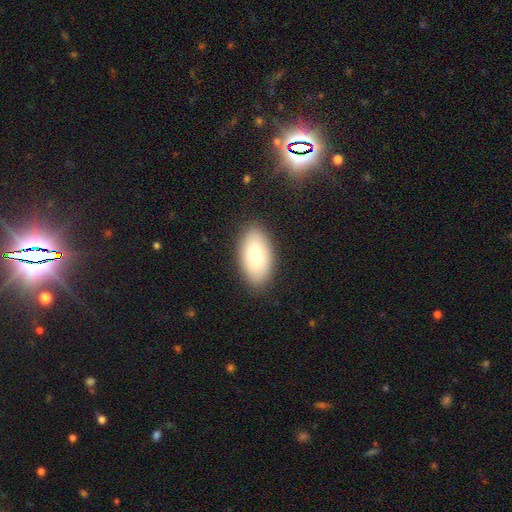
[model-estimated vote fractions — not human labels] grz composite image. It shows a smooth galaxy with no disk features (75%) that is in between round and cigar-shaped (94%). Merging: none (86%).